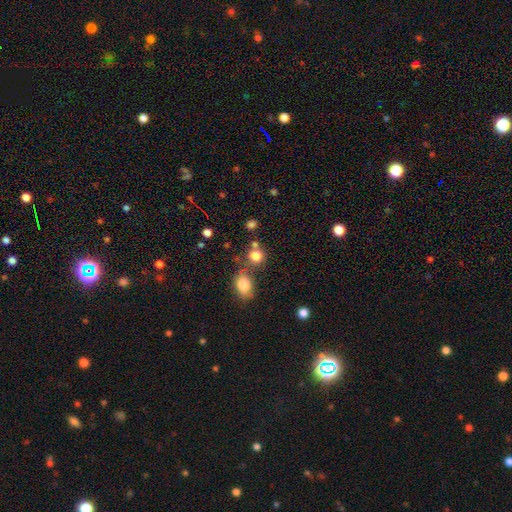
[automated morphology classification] This appears to be a smooth galaxy with no disk features (80%) that is round (79%). Merging: none (61%).